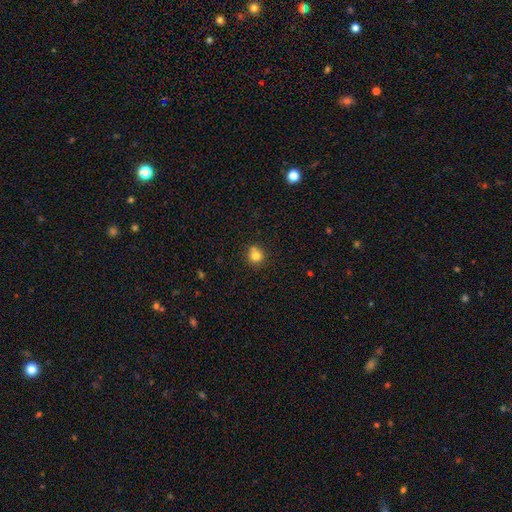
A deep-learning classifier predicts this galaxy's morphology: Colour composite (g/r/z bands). It shows a smooth galaxy with no disk features (79%) that is round (87%). Merging: none (67%).